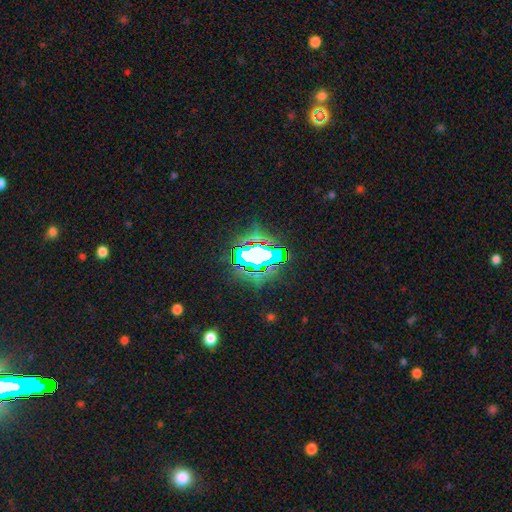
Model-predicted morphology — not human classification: type=star or artifact (65%).